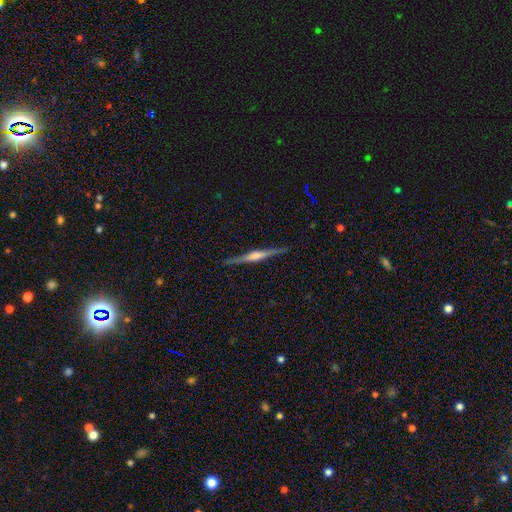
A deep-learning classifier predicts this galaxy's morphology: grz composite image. It shows a featured or disk galaxy (82%) viewed edge-on (98%) with a rounded central bulge (70%). Merging: none (91%).